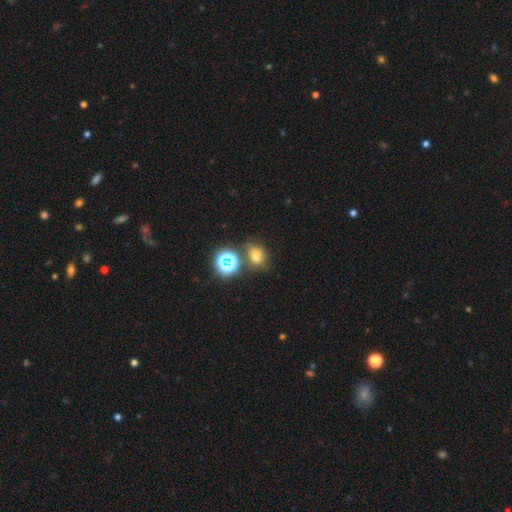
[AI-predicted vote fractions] smooth_or_featured: smooth (p=0.67) [alt: star or artifact p=0.24]
how_rounded: in between (p=0.56) [alt: round p=0.43]
merging: none (p=0.68) [alt: minor disturbance p=0.15]